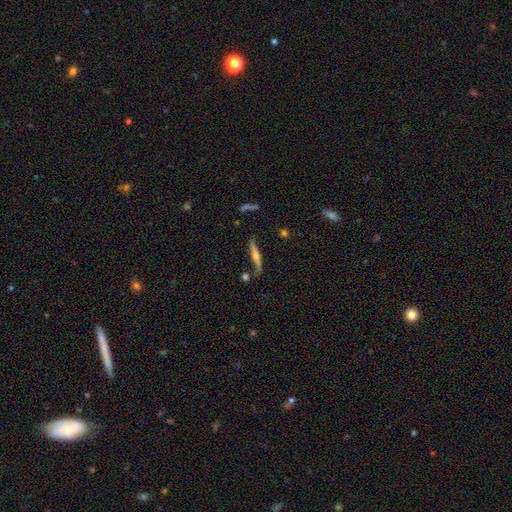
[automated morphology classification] smooth-or-featured: featured or disk: 73% | smooth: 20% | star or artifact: 7%
  disk-edge-on: yes: 91% | no: 9%
    edge-on-bulge: rounded: 90% | none: 6% | boxy: 5%
  merging: none: 70% | minor disturbance: 18% | merger: 7% | major disturbance: 6%